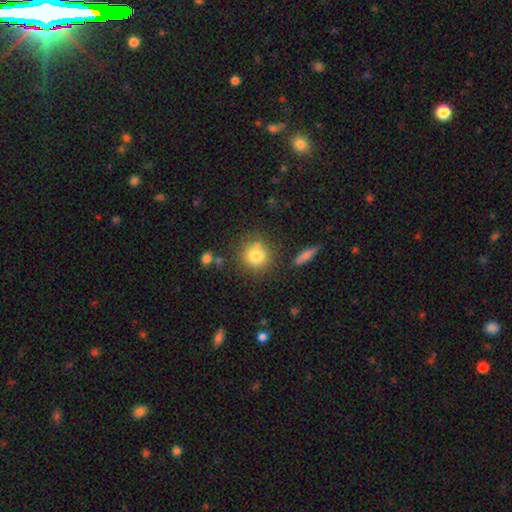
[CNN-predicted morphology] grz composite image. It shows a smooth galaxy with no disk features (80%) that is round (88%). Merging: none (75%).